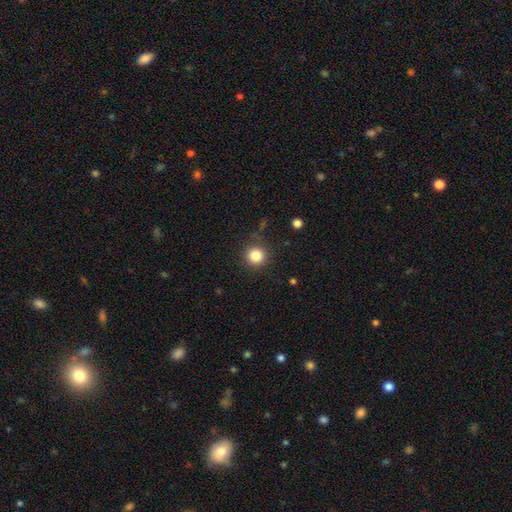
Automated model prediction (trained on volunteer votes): Smooth or featured?
  - smooth: 84% *
  - star or artifact: 11%
  - featured or disk: 5%
How rounded?
  - round: 93% *
  - in between: 6%
  - cigar-shaped: 1%
Merging?
  - none: 87% *
  - minor disturbance: 8%
  - major disturbance: 3%
  - merger: 2%